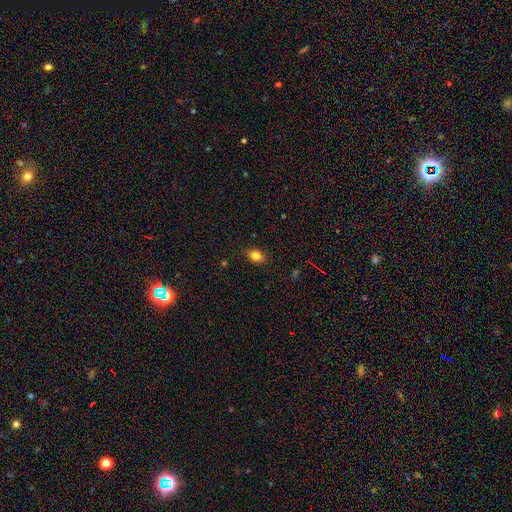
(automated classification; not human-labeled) The model was most divided on "how rounded": in between: 77%, round: 21%, cigar-shaped: 2%. More confident: merging — none (85%); smooth or featured — smooth (82%).